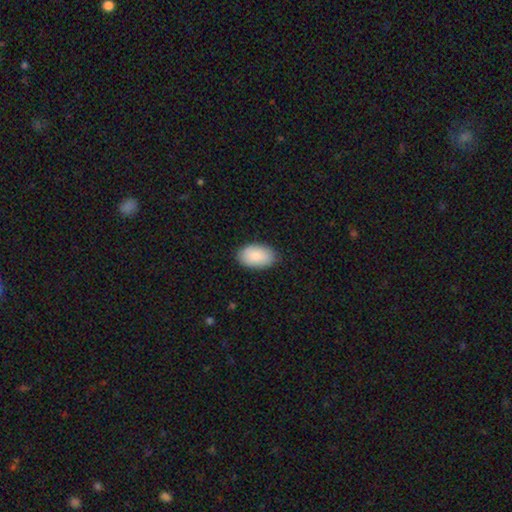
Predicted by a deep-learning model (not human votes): A smooth galaxy with no disk features (88%) that is in between round and cigar-shaped (94%).

Vote fractions:
- Smooth or featured? smooth: 88% / featured or disk: 7% / star or artifact: 6%
- How rounded? in between: 94% / round: 4% / cigar-shaped: 1%
- Merging? none: 86% / minor disturbance: 11% / major disturbance: 2% / merger: 1%